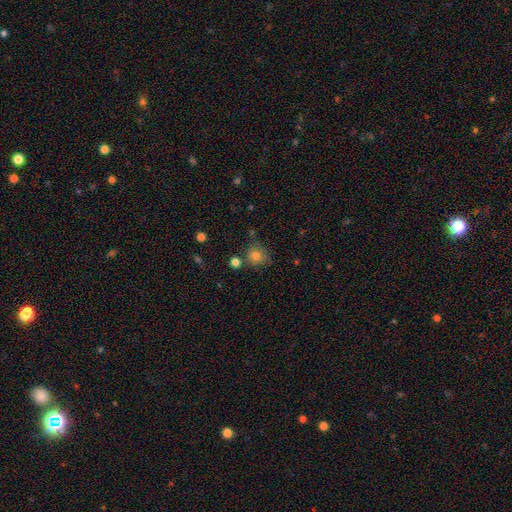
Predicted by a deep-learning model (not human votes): Smooth or featured: smooth — 80% (star or artifact — 13%)
How rounded: round — 81% (in between — 18%)
Merging: none — 68% (minor disturbance — 17%)